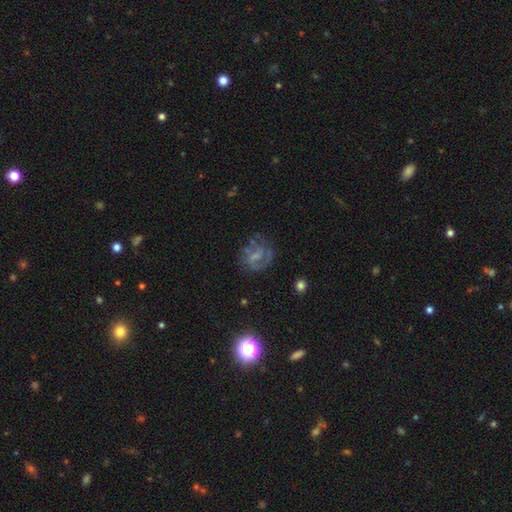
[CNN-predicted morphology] The model was most divided on "bar": weak: 44%, no: 41%, strong: 15%. Remaining: edge-on disk — no (97%); spiral arms — yes (70%); smooth or featured — featured or disk (61%); merging — none (59%); bulge size — none (39%).